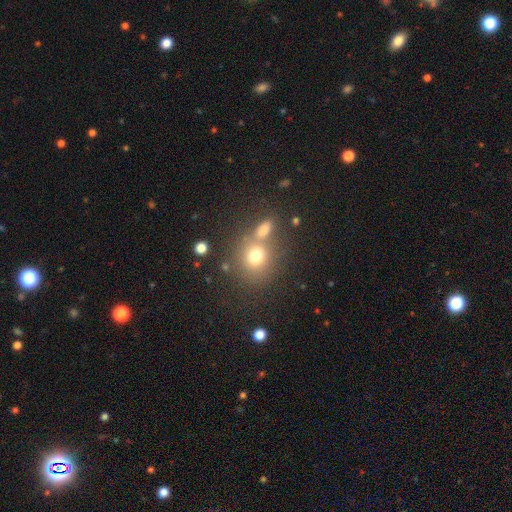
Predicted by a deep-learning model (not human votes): A smooth galaxy with no disk features (73%) that is round (78%). Merging: none (56%).